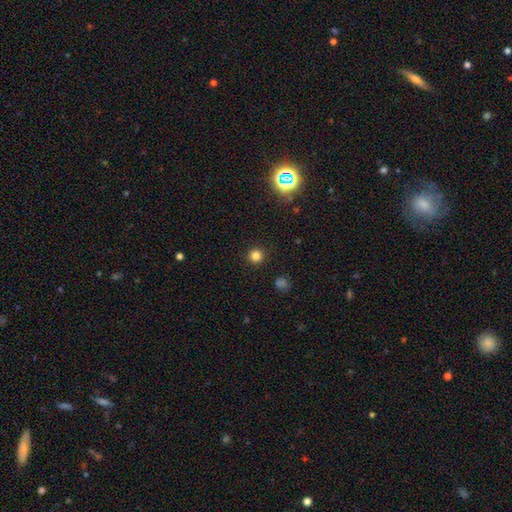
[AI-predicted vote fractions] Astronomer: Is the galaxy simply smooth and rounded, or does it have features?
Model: smooth — 80%.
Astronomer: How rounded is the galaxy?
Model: round — 95%.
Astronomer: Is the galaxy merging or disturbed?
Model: none — 92%.